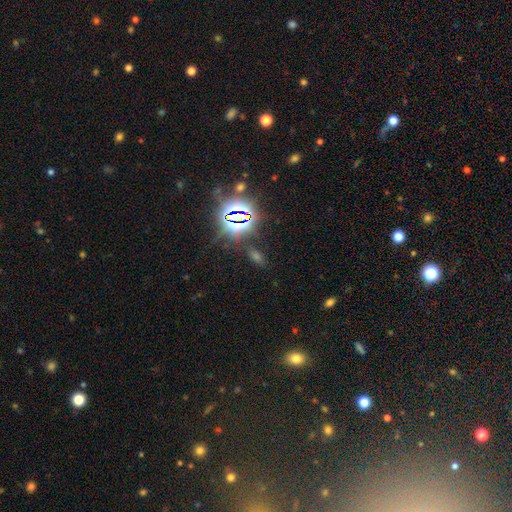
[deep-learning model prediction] smooth_or_featured: star or artifact (p=0.62) [alt: smooth p=0.28]